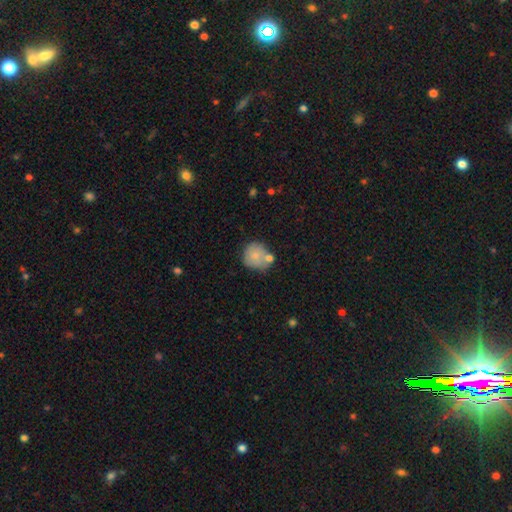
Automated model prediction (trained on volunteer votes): This appears to be a smooth galaxy with no disk features (78%) that is round (88%). Merging: none (59%).